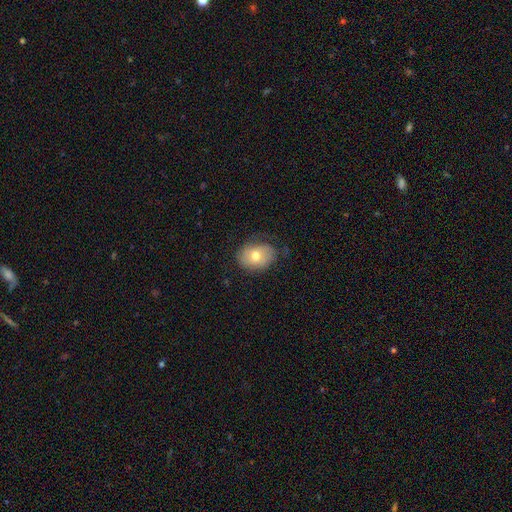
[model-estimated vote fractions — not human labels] Overall: smooth (65%; featured or disk 27%). How rounded: in between (68%; round 31%). Merging: none (64%; minor disturbance 25%).